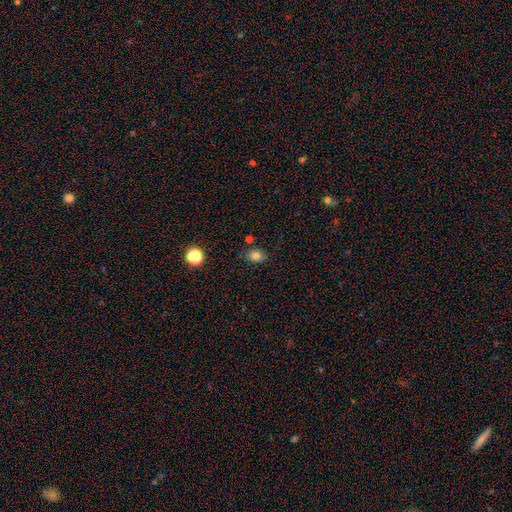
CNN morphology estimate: Overall: smooth (81%). How rounded: in between (59%; round 40%). Merging: none (79%).